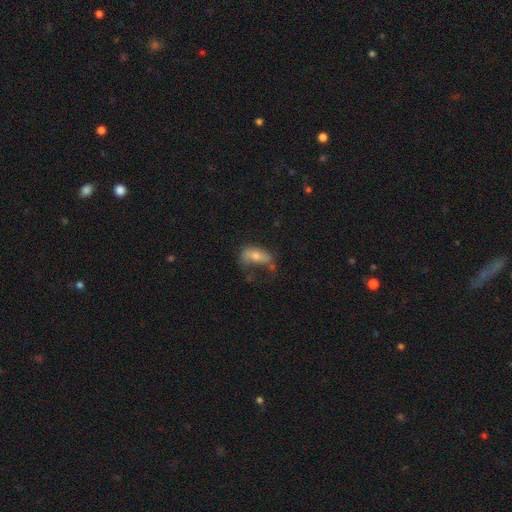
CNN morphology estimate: Smooth or featured? smooth (51%)
How rounded? in between (78%)
Merging? major disturbance (38%)